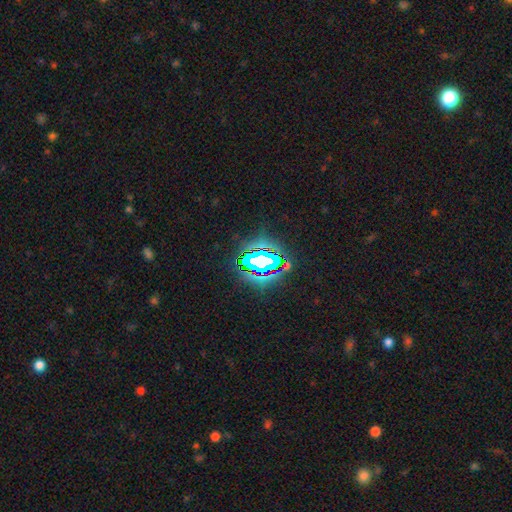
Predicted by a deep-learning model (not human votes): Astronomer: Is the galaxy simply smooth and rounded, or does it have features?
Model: star or artifact — 75%.